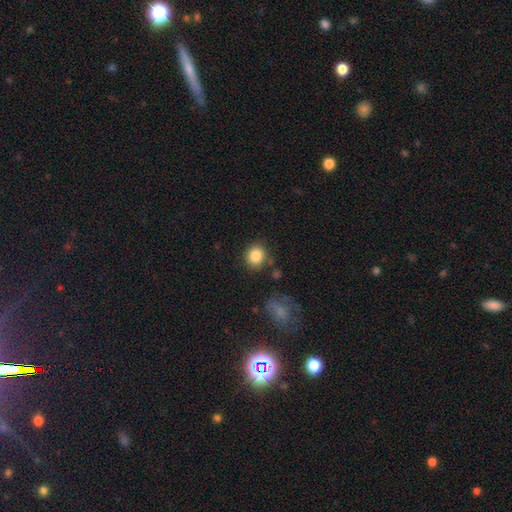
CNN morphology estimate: This appears to be a smooth galaxy with no disk features (86%) that is round (80%). Merging: none (81%).